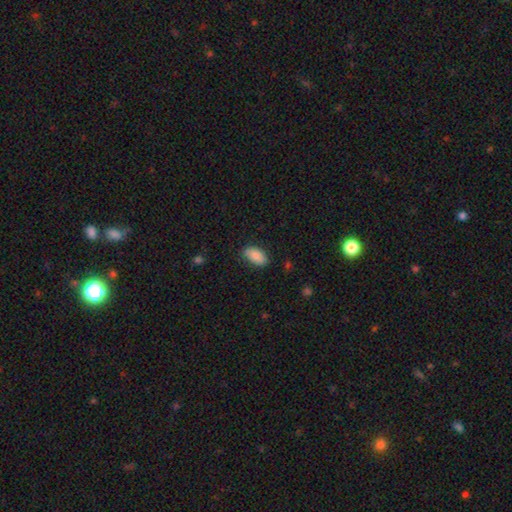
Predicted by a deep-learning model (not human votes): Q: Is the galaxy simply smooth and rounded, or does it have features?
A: smooth — 86%.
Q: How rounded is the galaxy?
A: in between — 93%.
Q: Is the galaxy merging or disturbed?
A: none — 80%.